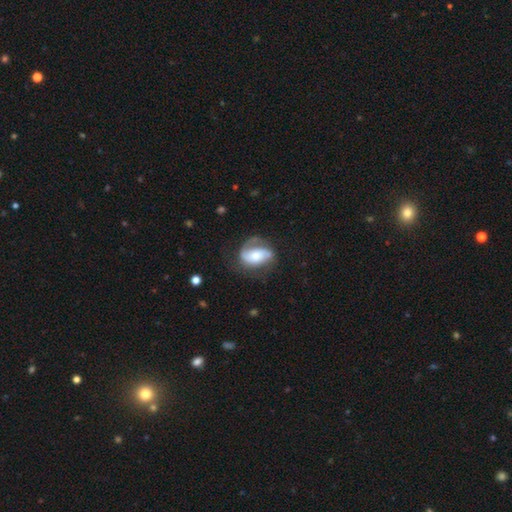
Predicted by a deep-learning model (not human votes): The model was most divided on "bulge size": moderate: 39%, small: 37%, large: 15%, none: 5%, dominant: 4%. Remaining: edge-on disk — no (96%); spiral arms — yes (90%); smooth or featured — featured or disk (69%); spiral arm count — 2 (64%); bar — no (54%); merging — none (53%); spiral winding — medium (42%).